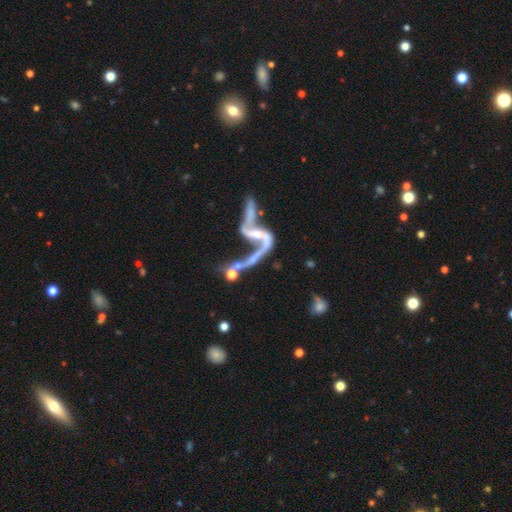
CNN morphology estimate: This is clearly a featured or disk galaxy (81%). It is clearly not viewed edge-on (90%). Bar: marginally no (42%). Spiral arm pattern: likely yes (79%). Spiral arm count: likely 2 (75%). Spiral winding: clearly loose (89%). Central bulge: marginally small (45%). Merging: marginally merger (42%).